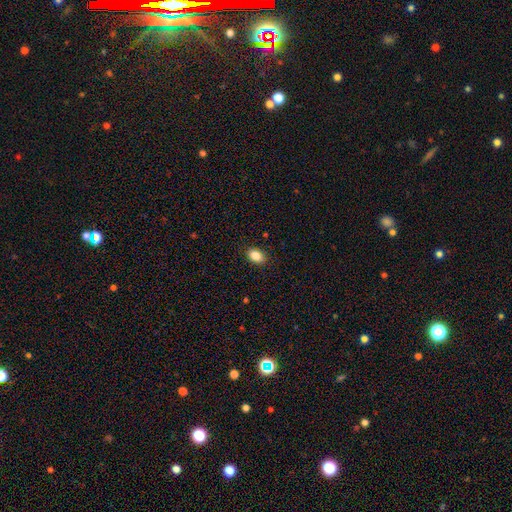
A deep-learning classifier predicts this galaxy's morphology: A smooth galaxy with no disk features (86%) that is in between round and cigar-shaped (80%). Merging: none (89%).